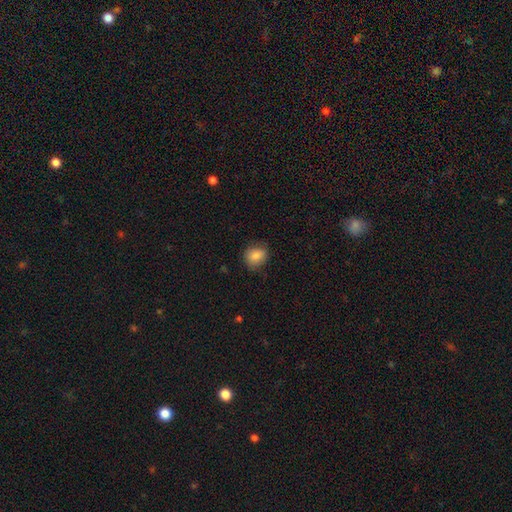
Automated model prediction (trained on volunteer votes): This appears to be a smooth galaxy with no disk features (85%) that is round (61%). Merging: none (79%).